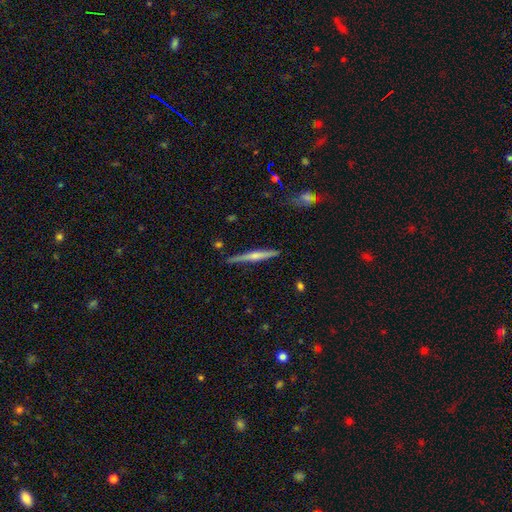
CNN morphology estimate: The model was most divided on "smooth or featured": featured or disk: 63%, smooth: 31%, star or artifact: 6%. More confident: edge-on disk — yes (98%); merging — none (87%); edge-on bulge — rounded (72%).